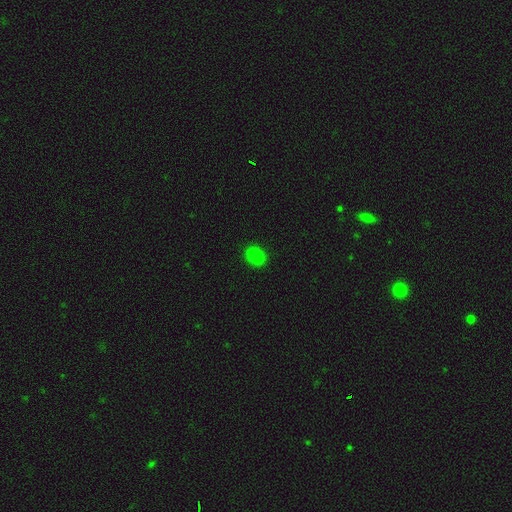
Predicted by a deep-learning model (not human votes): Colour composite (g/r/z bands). It shows a smooth galaxy with no disk features (79%) that is in between round and cigar-shaped (71%). Merging: none (82%).